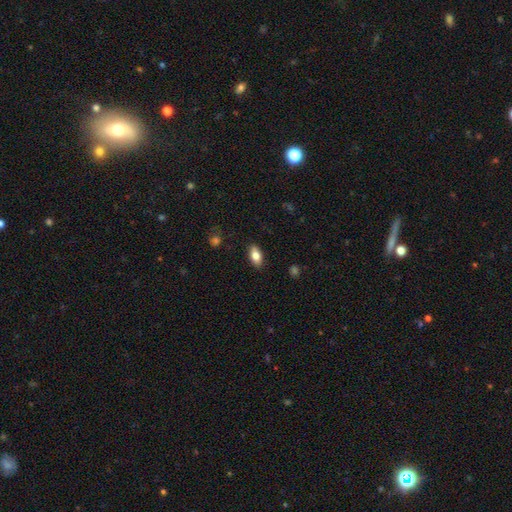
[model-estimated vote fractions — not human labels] This is likely a smooth galaxy (78%). How rounded: clearly in between (88%). Merging: clearly none (87%).